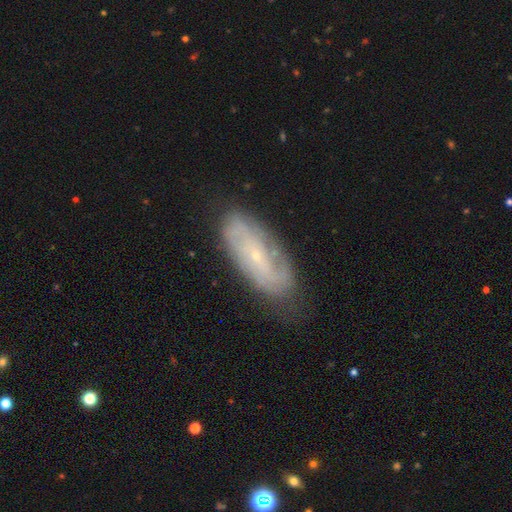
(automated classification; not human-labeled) This is likely a featured or disk galaxy (69%). It is clearly not viewed edge-on (89%). Bar: likely no (68%). Spiral arm pattern: clearly yes (82%). Spiral arm count: possibly can't tell (47%). Spiral winding: possibly tight (50%). Central bulge: clearly small (83%). Merging: likely none (71%).